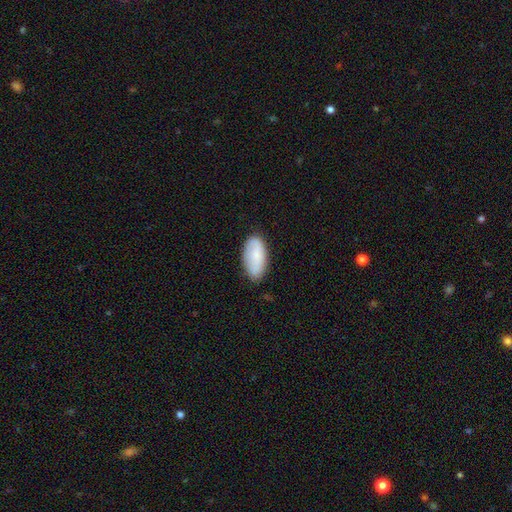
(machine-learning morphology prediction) Overall: smooth (76%). How rounded: in between (94%). Merging: none (75%).